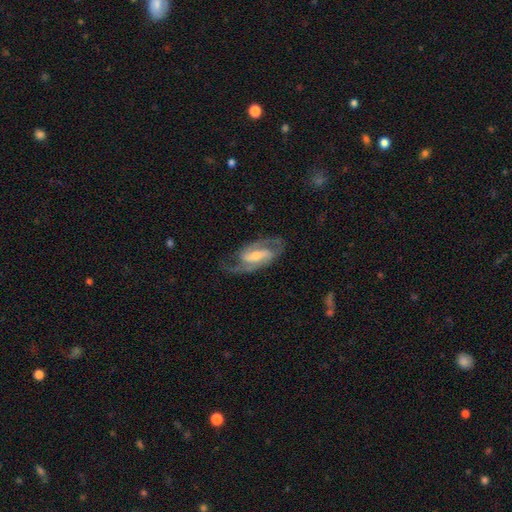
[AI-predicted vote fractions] Smooth or featured: featured or disk — 87% (smooth — 8%)
Edge-on disk: no — 95% (yes — 5%)
Bar: strong — 42% (weak — 41%)
Spiral arms: yes — 96% (no — 4%)
Spiral winding: medium — 55% (tight — 28%)
Spiral arm count: 2 — 89% (can't tell — 4%)
Bulge size: moderate — 48% (small — 42%)
Merging: none — 75% (minor disturbance — 16%)